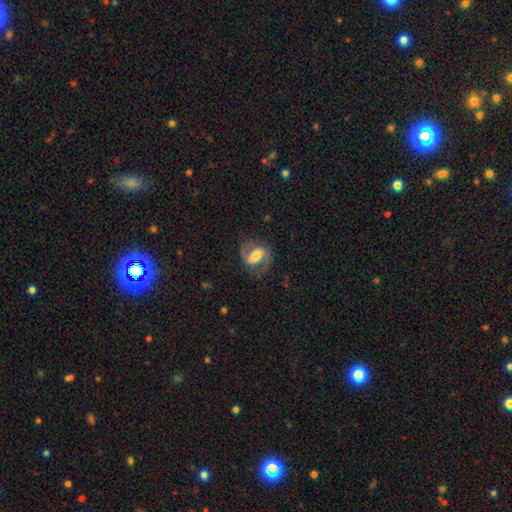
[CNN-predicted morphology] The model was most divided on "bar": strong: 43%, weak: 39%, no: 18%. Remaining: edge-on disk — no (95%); spiral arms — yes (86%); spiral arm count — 2 (86%); merging — none (69%); smooth or featured — featured or disk (68%); bulge size — moderate (54%); spiral winding — medium (48%).